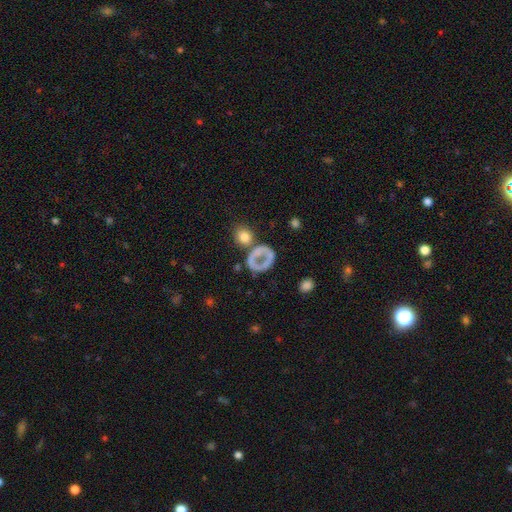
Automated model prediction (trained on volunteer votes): Overall: smooth (50%; featured or disk 34%). Merging: none (58%).